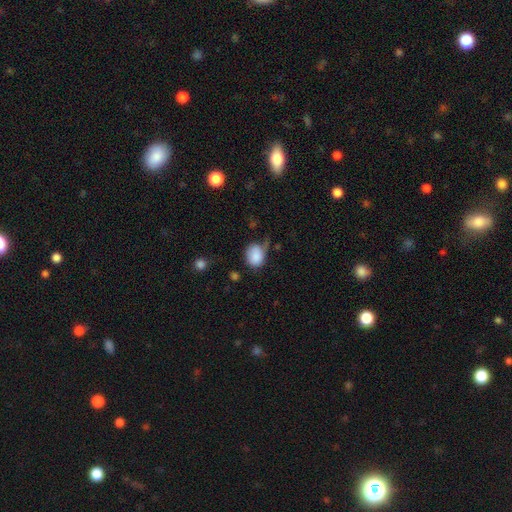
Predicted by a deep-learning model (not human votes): Morphology: type=smooth (85%); roundness=in between (54%); merging=none (47%).